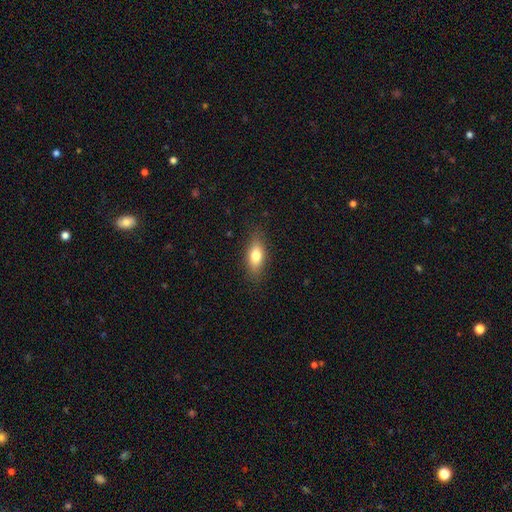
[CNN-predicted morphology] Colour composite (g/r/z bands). It shows a smooth galaxy with no disk features (76%) that is in between round and cigar-shaped (77%). Merging: none (85%).